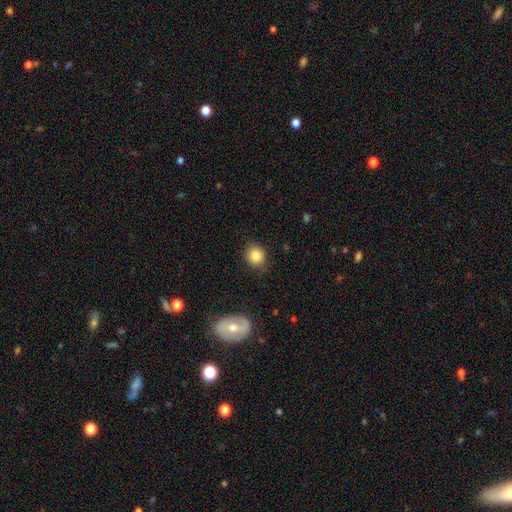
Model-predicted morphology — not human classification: smooth 83%, star or artifact 10%, featured or disk 7%. Down the decision tree: how rounded — round (80%); merging — none (86%).